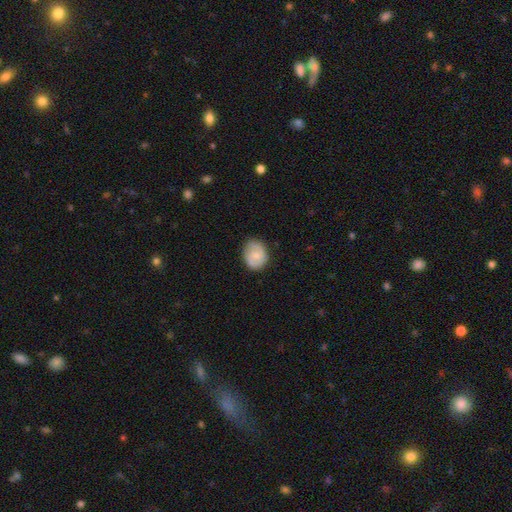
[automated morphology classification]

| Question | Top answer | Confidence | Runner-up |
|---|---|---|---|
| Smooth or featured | smooth | 60% | featured or disk (34%) |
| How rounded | round | 51% | in between (49%) |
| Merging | none | 75% | minor disturbance (19%) |